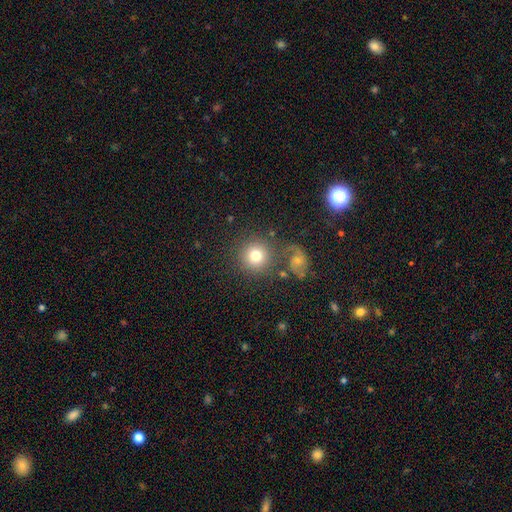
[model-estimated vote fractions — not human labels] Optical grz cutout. It shows a smooth galaxy with no disk features (76%) that is round (93%). Merging: none (75%).